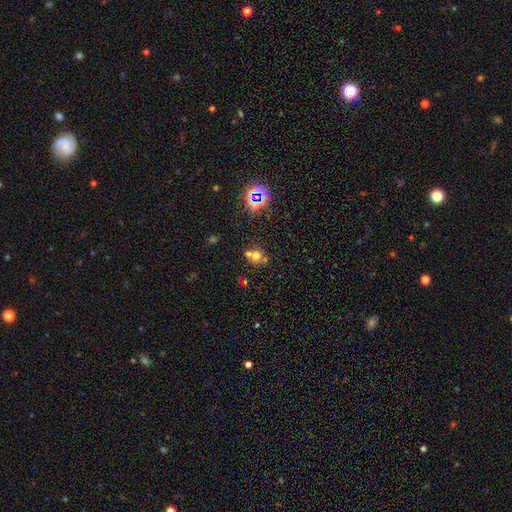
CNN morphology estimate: smooth_or_featured: smooth (p=0.58) [alt: star or artifact p=0.25]
how_rounded: round (p=0.79) [alt: in between p=0.20]
merging: none (p=0.45) [alt: merger p=0.44]